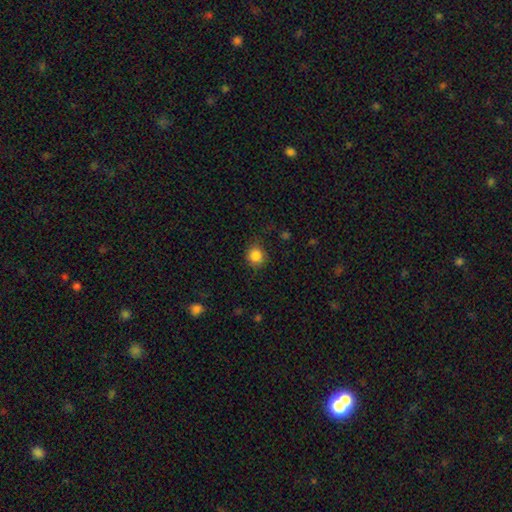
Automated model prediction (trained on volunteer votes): Smooth or featured: smooth — 86% (star or artifact — 10%)
How rounded: round — 87% (in between — 12%)
Merging: none — 80% (minor disturbance — 15%)